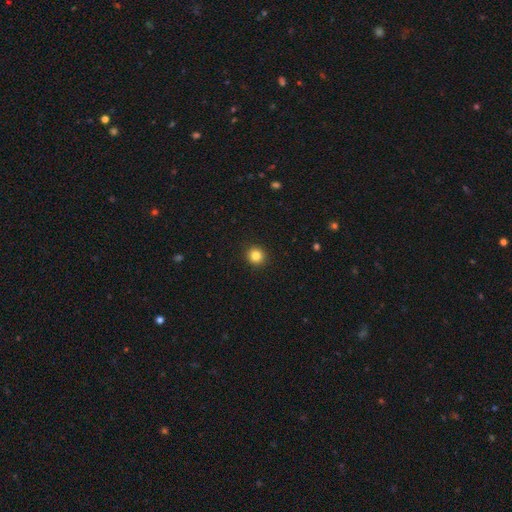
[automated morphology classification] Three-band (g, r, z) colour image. It shows a smooth galaxy with no disk features (84%) that is round (92%). Merging: none (93%).